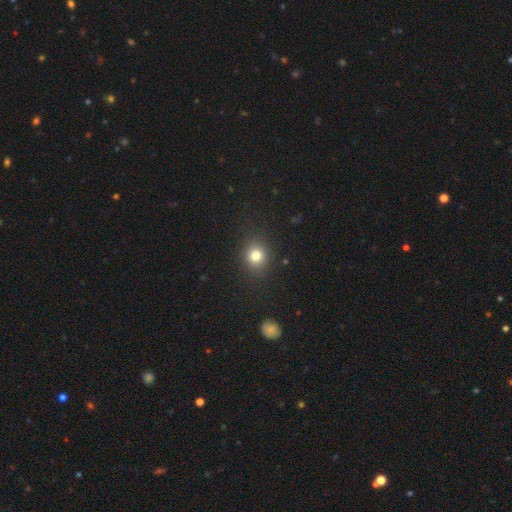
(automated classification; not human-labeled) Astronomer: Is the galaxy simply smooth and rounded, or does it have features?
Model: smooth — 80%.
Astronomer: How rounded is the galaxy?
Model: round — 76%.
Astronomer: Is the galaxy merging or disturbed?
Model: none — 87%.